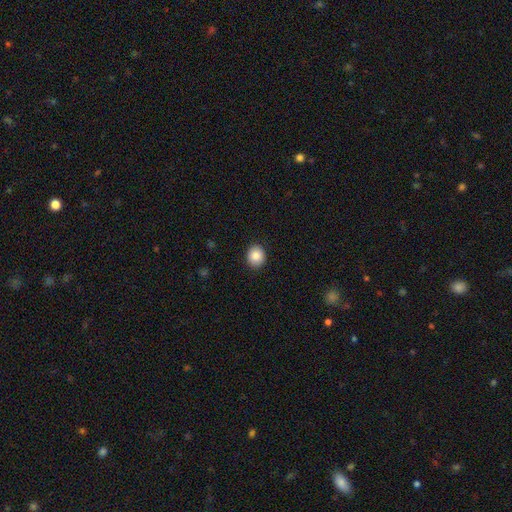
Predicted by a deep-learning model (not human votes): A smooth galaxy with no disk features (85%) that is round (76%). Merging: none (91%).